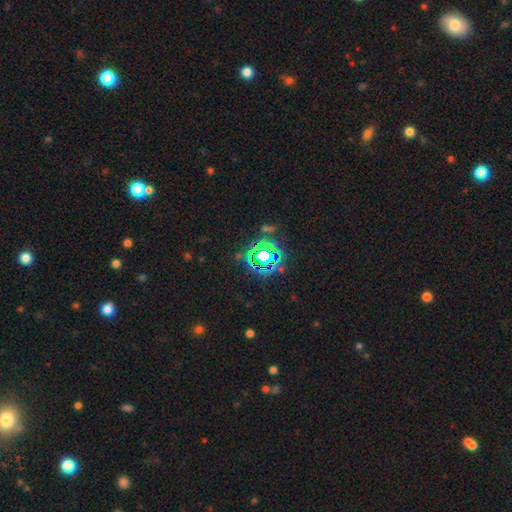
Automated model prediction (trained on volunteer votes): Morphology: type=star or artifact (79%).